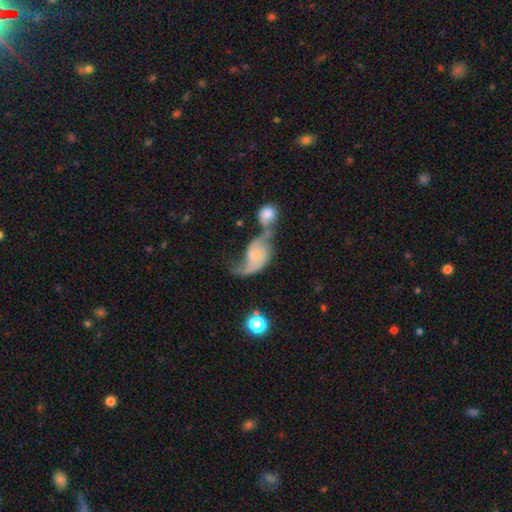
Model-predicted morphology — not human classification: featured or disk 65%, smooth 27%, star or artifact 8%. Down the decision tree: edge-on disk — no (96%); bar — no (67%); spiral arms — yes (84%); spiral arm count — 2 (72%); spiral winding — loose (80%); bulge size — none (39%); merging — merger (53%).